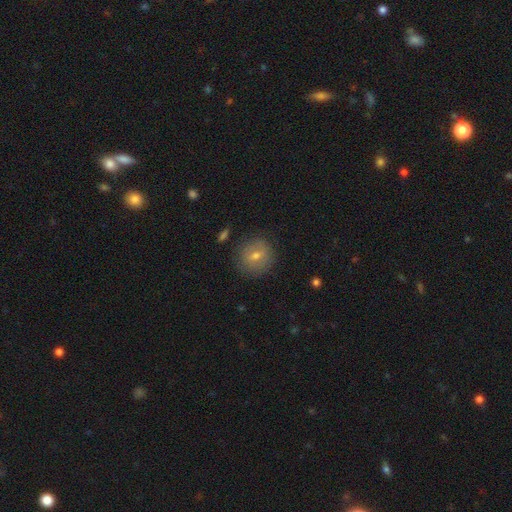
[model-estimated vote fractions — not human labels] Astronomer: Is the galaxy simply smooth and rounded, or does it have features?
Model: smooth — 58%.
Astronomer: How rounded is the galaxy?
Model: round — 88%.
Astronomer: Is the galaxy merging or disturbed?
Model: none — 85%.